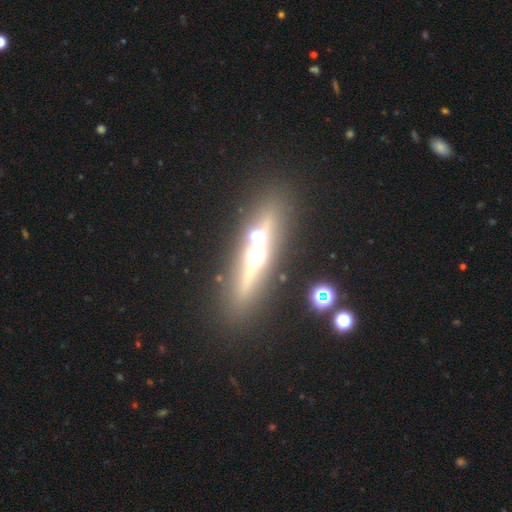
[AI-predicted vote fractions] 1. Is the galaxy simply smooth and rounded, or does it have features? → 56% featured or disk, 24% smooth, 20% star or artifact.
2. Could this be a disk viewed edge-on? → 84% yes, 16% no.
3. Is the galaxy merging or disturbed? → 76% none, 11% merger, 8% minor disturbance, 4% major disturbance.